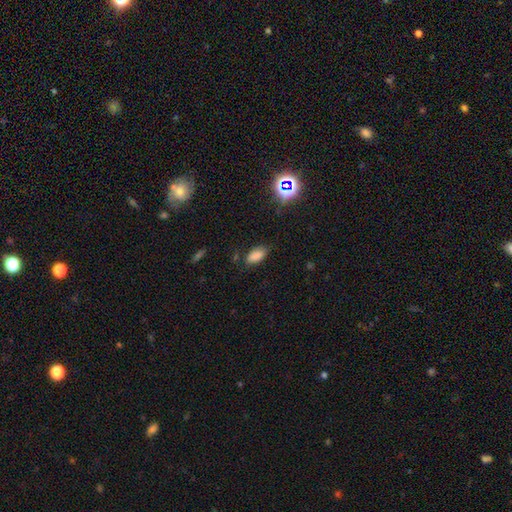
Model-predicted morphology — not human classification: Smooth or featured?
  - smooth: 83% *
  - star or artifact: 12%
  - featured or disk: 6%
How rounded?
  - in between: 91% *
  - cigar-shaped: 6%
  - round: 3%
Merging?
  - none: 74% *
  - minor disturbance: 19%
  - major disturbance: 5%
  - merger: 2%